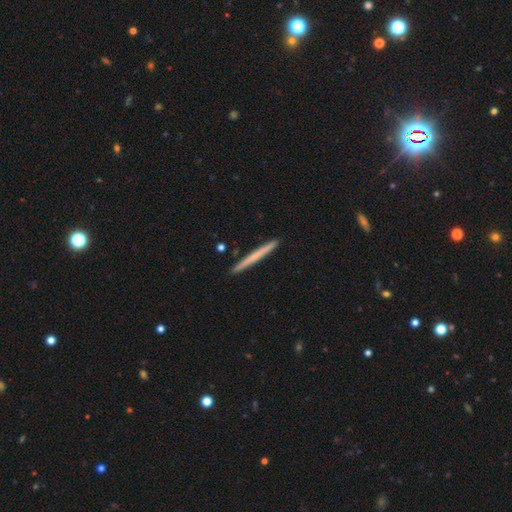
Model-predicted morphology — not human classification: Smooth or featured?
  - smooth: 58% *
  - featured or disk: 37%
  - star or artifact: 5%
How rounded?
  - cigar-shaped: 97% *
  - in between: 1%
  - round: 1%
Merging?
  - none: 93% *
  - minor disturbance: 5%
  - merger: 1%
  - major disturbance: 1%